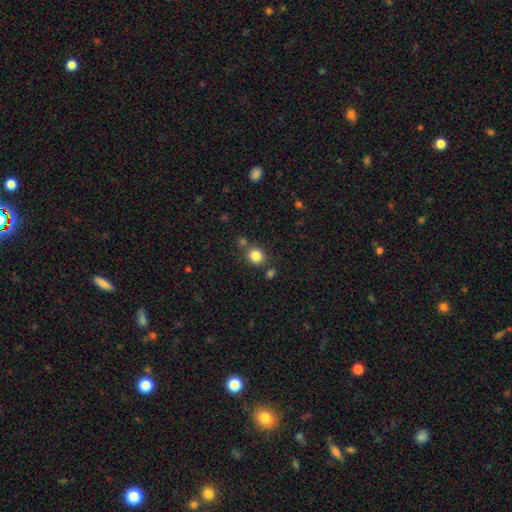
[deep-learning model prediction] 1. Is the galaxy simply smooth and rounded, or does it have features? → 83% smooth, 12% star or artifact, 5% featured or disk.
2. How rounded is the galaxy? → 87% round, 12% in between, 1% cigar-shaped.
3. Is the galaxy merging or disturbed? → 77% none, 11% merger, 9% minor disturbance, 3% major disturbance.